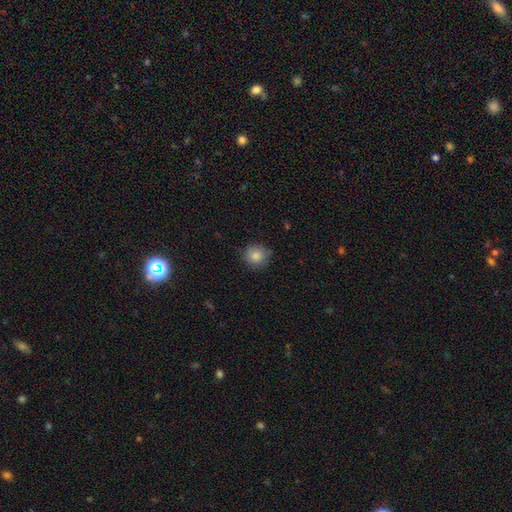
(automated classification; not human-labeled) Smooth or featured: smooth — 85% (star or artifact — 9%)
How rounded: round — 86% (in between — 13%)
Merging: none — 82% (minor disturbance — 14%)